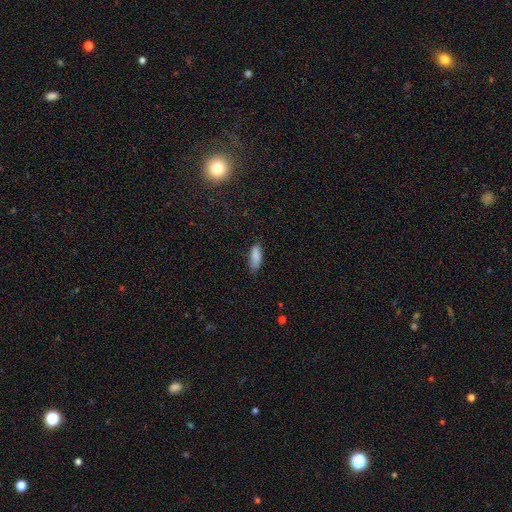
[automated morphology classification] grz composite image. It shows a smooth galaxy with no disk features (87%) that is in between round and cigar-shaped (69%). Merging: none (72%).